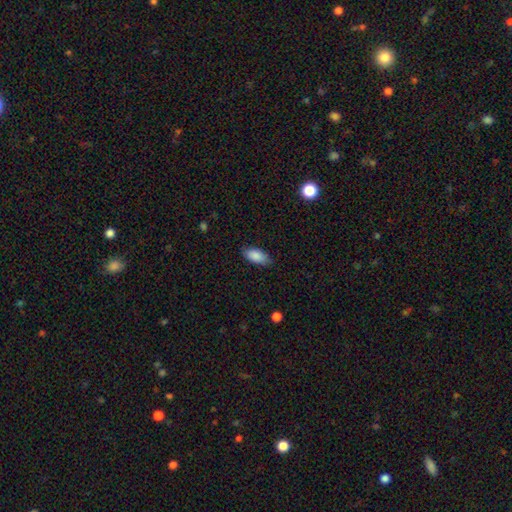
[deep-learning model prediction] smooth 88%, star or artifact 6%, featured or disk 6%. Down the decision tree: how rounded — in between (89%); merging — none (82%).